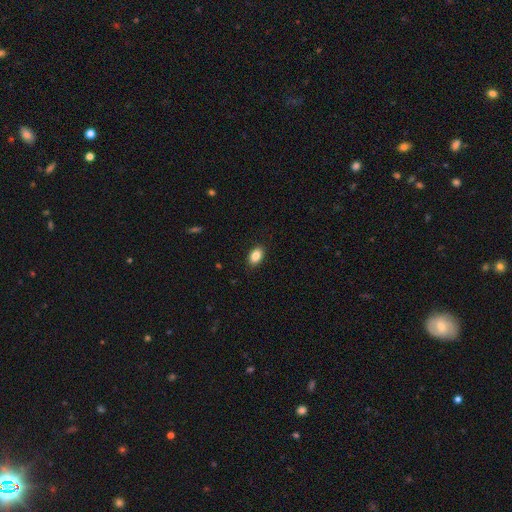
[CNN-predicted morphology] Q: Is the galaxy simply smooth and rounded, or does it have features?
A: smooth — 87%.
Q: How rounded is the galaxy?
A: in between — 89%.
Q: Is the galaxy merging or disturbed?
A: none — 89%.